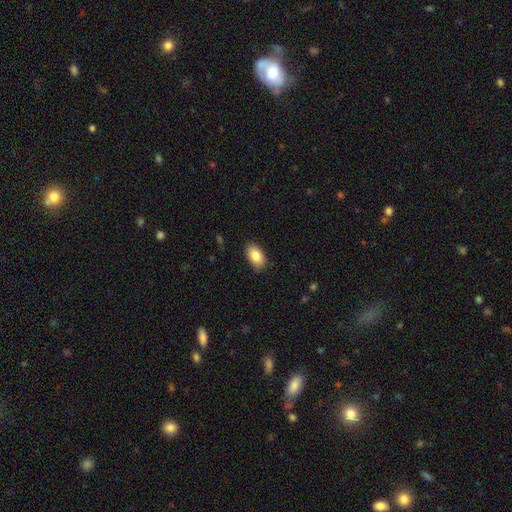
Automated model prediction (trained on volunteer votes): Smooth or featured? smooth (86%)
How rounded? in between (93%)
Merging? none (85%)